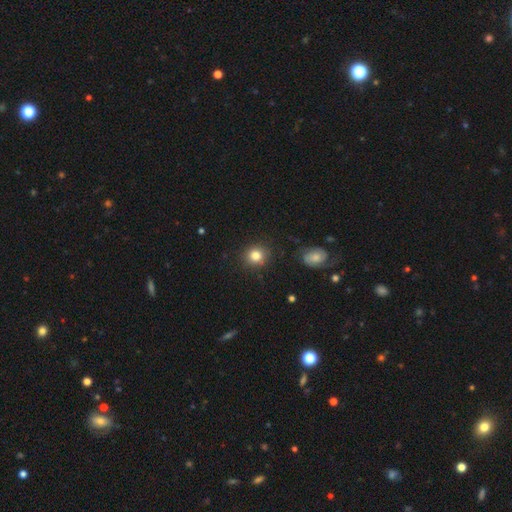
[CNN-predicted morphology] type=smooth (83%); roundness=round (86%); merging=none (88%).